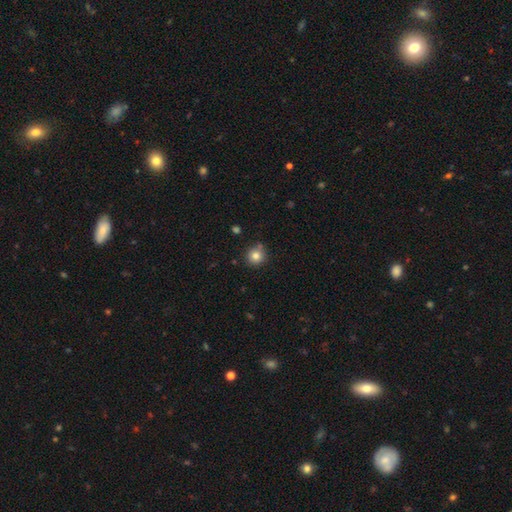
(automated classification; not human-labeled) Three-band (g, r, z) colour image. It shows a smooth galaxy with no disk features (81%) that is round (93%). Merging: none (81%).